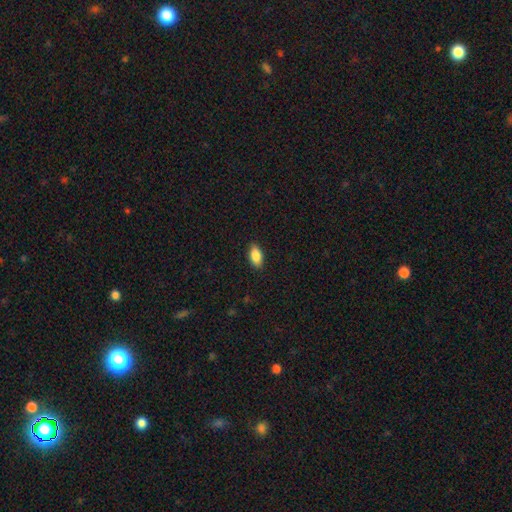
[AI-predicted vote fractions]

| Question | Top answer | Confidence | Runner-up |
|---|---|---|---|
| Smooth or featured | smooth | 86% | star or artifact (7%) |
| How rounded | in between | 91% | cigar-shaped (5%) |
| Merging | none | 88% | minor disturbance (9%) |